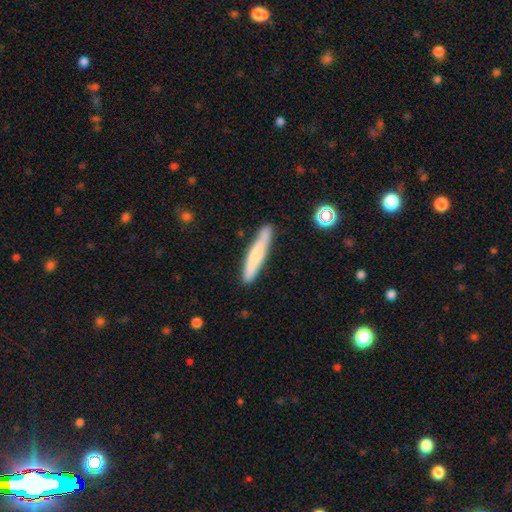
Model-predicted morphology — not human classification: This is likely a smooth galaxy (61%). How rounded: clearly cigar-shaped (91%). Merging: clearly none (82%).